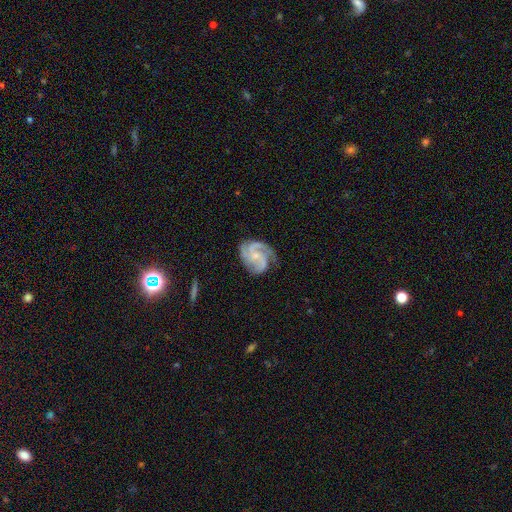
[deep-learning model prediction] This is clearly a featured or disk galaxy (89%). It is clearly not viewed edge-on (98%). Bar: likely no (66%). Spiral arm pattern: clearly yes (98%). Spiral arm count: likely 3 (62%). Spiral winding: possibly medium (50%). Central bulge: likely small (70%). Merging: likely none (68%).